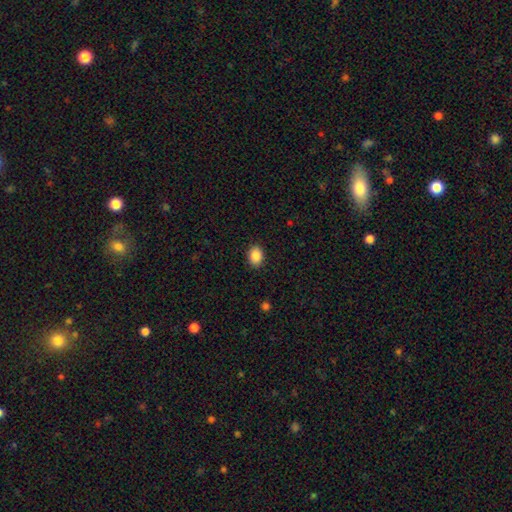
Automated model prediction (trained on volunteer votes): smooth-or-featured: smooth: 89% | star or artifact: 8% | featured or disk: 3%
  how-rounded: in between: 71% | round: 28% | cigar-shaped: 1%
  merging: none: 89% | minor disturbance: 8% | major disturbance: 2% | merger: 1%